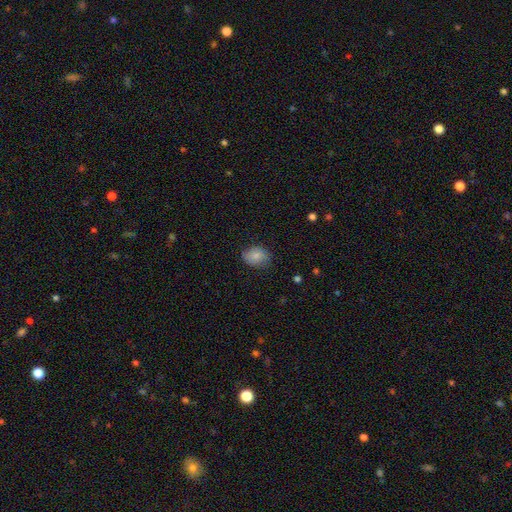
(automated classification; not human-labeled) Smooth or featured? Predicted: smooth (p=0.84). How rounded? Predicted: in between (p=0.57). Merging? Predicted: none (p=0.77).